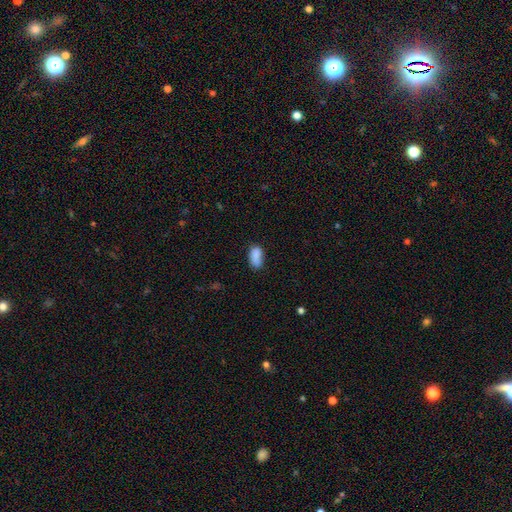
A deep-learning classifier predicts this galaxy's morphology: smooth 87%, star or artifact 8%, featured or disk 5%. Down the decision tree: how rounded — in between (91%); merging — none (67%).